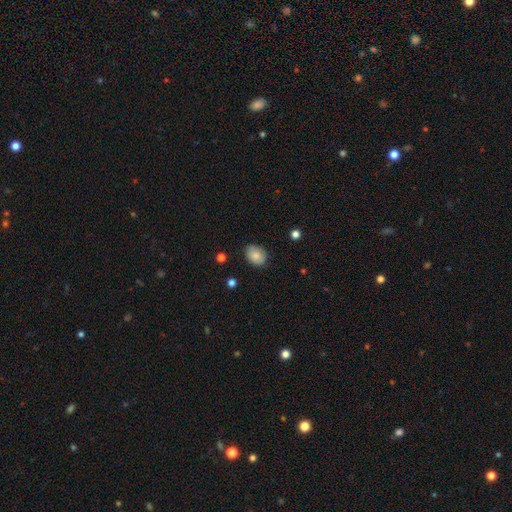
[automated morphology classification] Smooth or featured: smooth — 81% (featured or disk — 11%)
How rounded: in between — 63% (round — 36%)
Merging: none — 78% (minor disturbance — 18%)